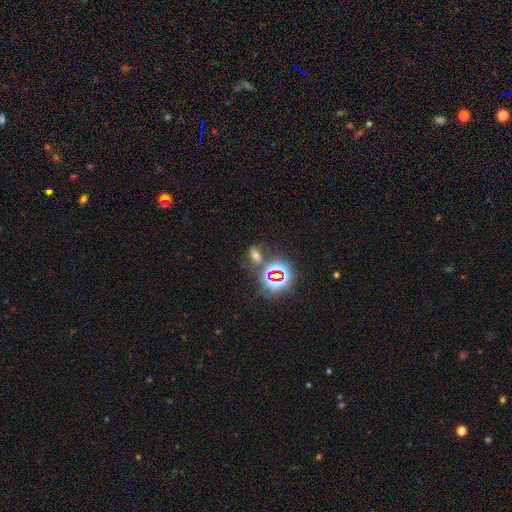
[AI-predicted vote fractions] Smooth or featured? star or artifact (46%)